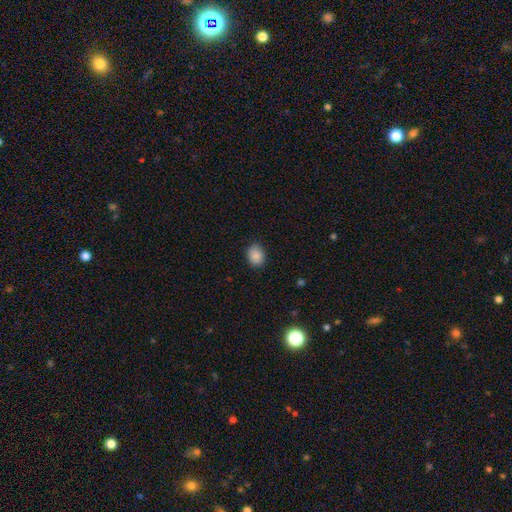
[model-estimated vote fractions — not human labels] Smooth or featured? smooth (89%)
How rounded? in between (61%)
Merging? none (87%)